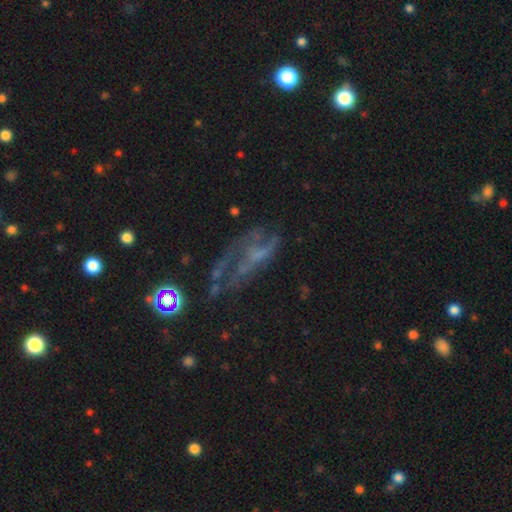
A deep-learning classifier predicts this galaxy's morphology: This is possibly a featured or disk galaxy (58%). It is clearly not viewed edge-on (91%). Bar: likely no (74%). Spiral arm pattern: possibly no (56%). Central bulge: possibly none (55%). Merging: marginally major disturbance (42%).